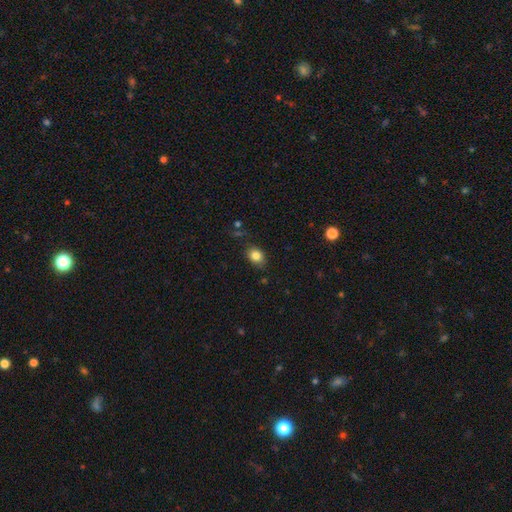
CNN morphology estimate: smooth_or_featured: smooth (p=0.84) [alt: star or artifact p=0.10]
how_rounded: in between (p=0.58) [alt: round p=0.40]
merging: none (p=0.80) [alt: minor disturbance p=0.15]